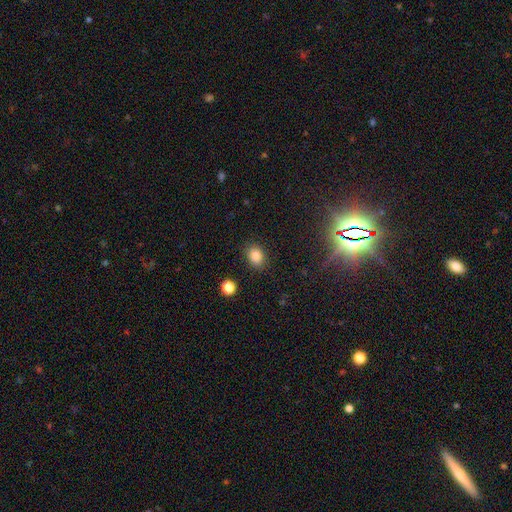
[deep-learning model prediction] The model was most divided on "how rounded": in between: 55%, round: 44%, cigar-shaped: 1%. More confident: merging — none (85%); smooth or featured — smooth (84%).